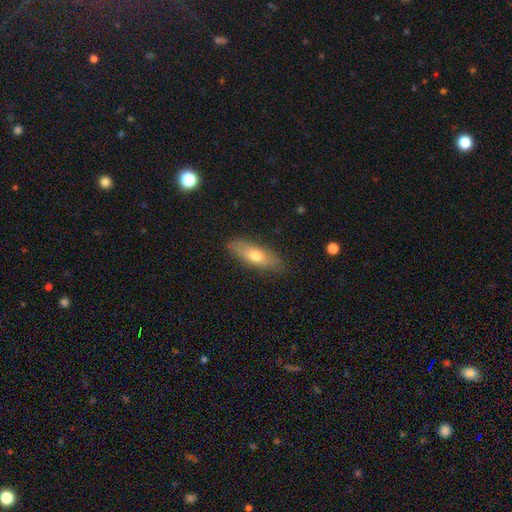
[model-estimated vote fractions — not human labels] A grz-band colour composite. It shows a smooth galaxy with no disk features (64%) that is in between round and cigar-shaped (52%). Merging: none (82%).